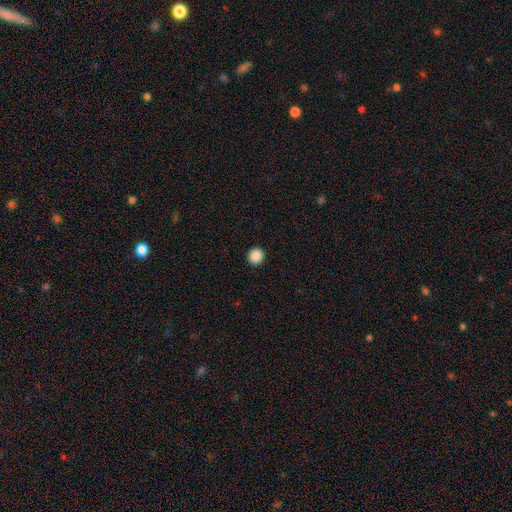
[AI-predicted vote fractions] Q: Smooth or featured?
A: smooth (88%); runner-up: star or artifact (9%)
Q: How rounded?
A: round (93%); runner-up: in between (6%)
Q: Merging?
A: none (94%); runner-up: minor disturbance (4%)